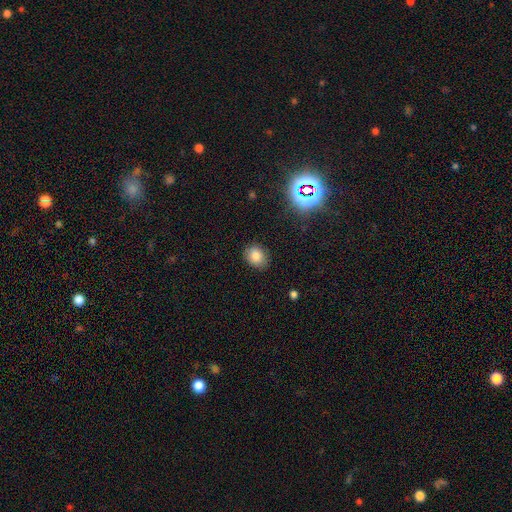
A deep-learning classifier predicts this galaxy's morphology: smooth 82%, star or artifact 12%, featured or disk 6%. Down the decision tree: how rounded — round (53%); merging — none (83%).